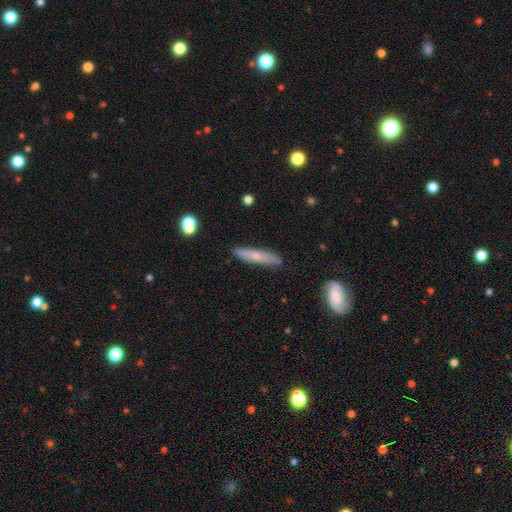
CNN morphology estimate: Smooth or featured?
  - smooth: 63% *
  - featured or disk: 31%
  - star or artifact: 6%
How rounded?
  - cigar-shaped: 90% *
  - in between: 9%
  - round: 2%
Merging?
  - none: 87% *
  - minor disturbance: 10%
  - major disturbance: 2%
  - merger: 1%